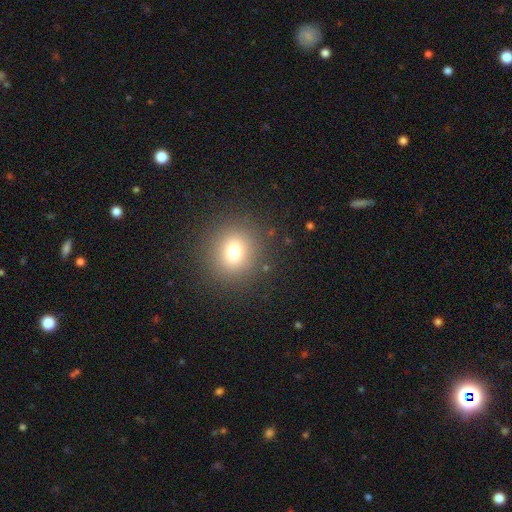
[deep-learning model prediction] smooth-or-featured: smooth: 69% | star or artifact: 22% | featured or disk: 9%
  how-rounded: round: 84% | in between: 15% | cigar-shaped: 1%
  merging: none: 92% | minor disturbance: 5% | major disturbance: 2% | merger: 1%